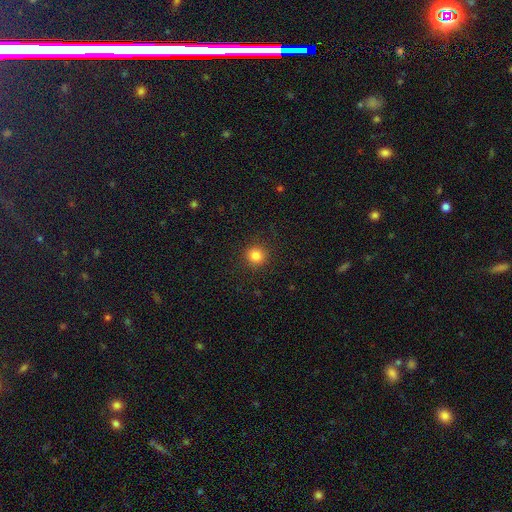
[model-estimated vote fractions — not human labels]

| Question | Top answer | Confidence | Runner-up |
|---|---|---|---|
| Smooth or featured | smooth | 84% | star or artifact (12%) |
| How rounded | round | 92% | in between (7%) |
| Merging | none | 91% | minor disturbance (6%) |